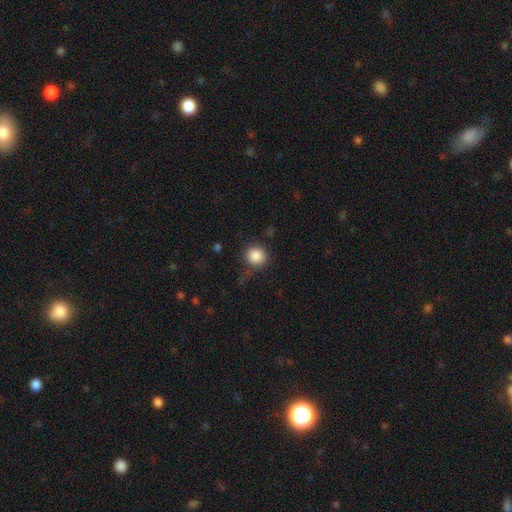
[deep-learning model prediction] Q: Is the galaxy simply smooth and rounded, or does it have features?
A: smooth — 86%.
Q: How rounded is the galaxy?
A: round — 90%.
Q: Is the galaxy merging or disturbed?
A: none — 72%.